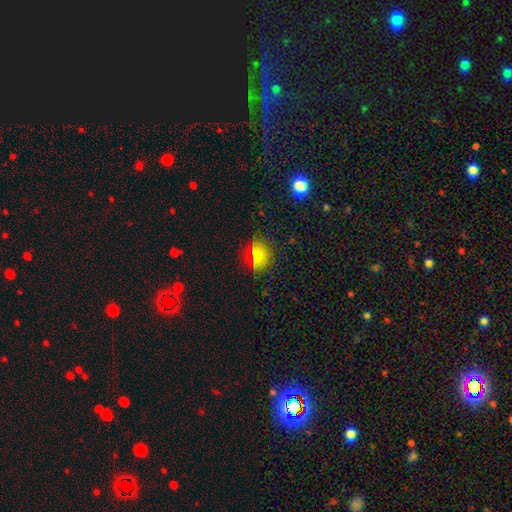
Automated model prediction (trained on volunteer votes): Smooth or featured?
  - smooth: 72% *
  - star or artifact: 20%
  - featured or disk: 8%
How rounded?
  - round: 57% *
  - in between: 41%
  - cigar-shaped: 2%
Merging?
  - none: 81% *
  - minor disturbance: 13%
  - major disturbance: 4%
  - merger: 2%